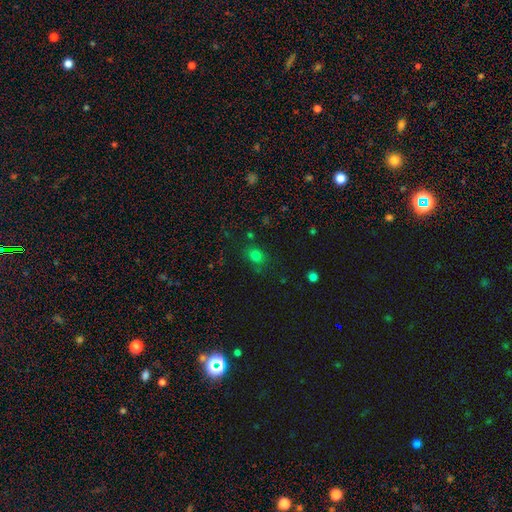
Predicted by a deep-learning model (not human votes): smooth_or_featured: smooth (p=0.76) [alt: star or artifact p=0.18]
how_rounded: round (p=0.59) [alt: in between p=0.40]
merging: none (p=0.76) [alt: minor disturbance p=0.14]